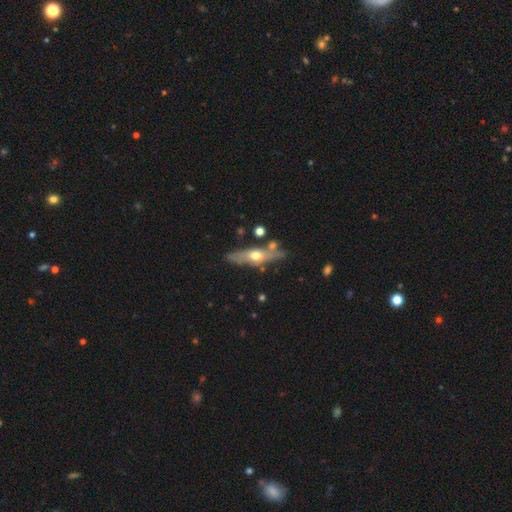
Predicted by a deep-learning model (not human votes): This appears to be a featured or disk galaxy (56%) viewed edge-on (76%). Merging: none (76%).